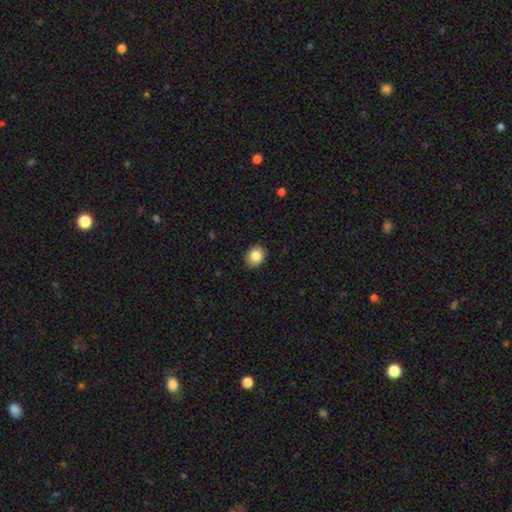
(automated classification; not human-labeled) smooth 85%, star or artifact 9%, featured or disk 7%. Down the decision tree: how rounded — round (50%); merging — none (88%).